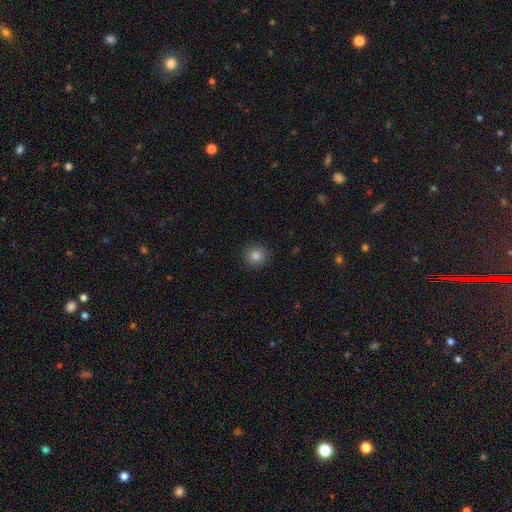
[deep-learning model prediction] A smooth galaxy with no disk features (82%) that is round (91%). Merging: none (91%).